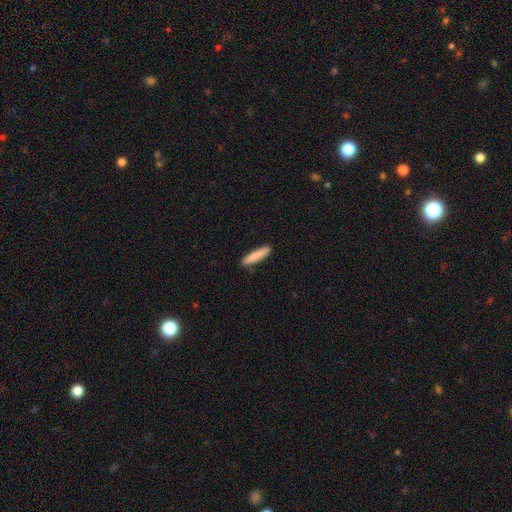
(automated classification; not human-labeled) smooth_or_featured: smooth (p=0.85) [alt: featured or disk p=0.09]
how_rounded: cigar-shaped (p=0.86) [alt: in between p=0.13]
merging: none (p=0.89) [alt: minor disturbance p=0.09]